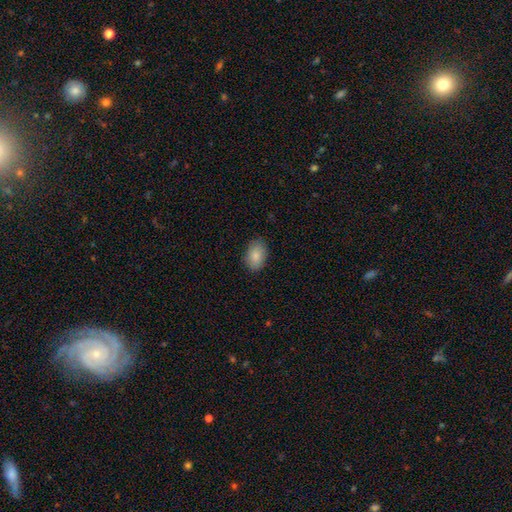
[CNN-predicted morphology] smooth_or_featured: smooth (p=0.86) [alt: star or artifact p=0.07]
how_rounded: in between (p=0.87) [alt: round p=0.12]
merging: none (p=0.86) [alt: minor disturbance p=0.11]